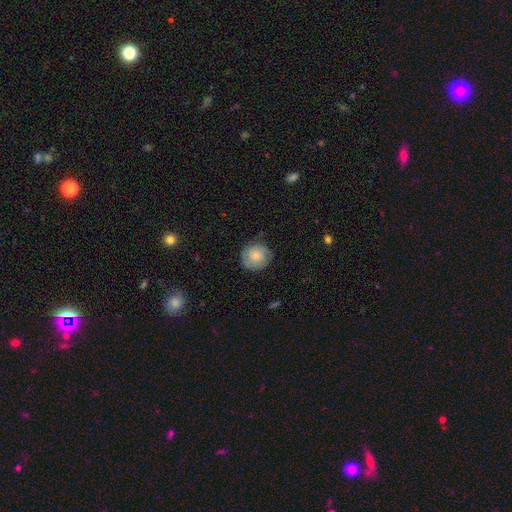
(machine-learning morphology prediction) type=smooth (47%); merging=none (82%).